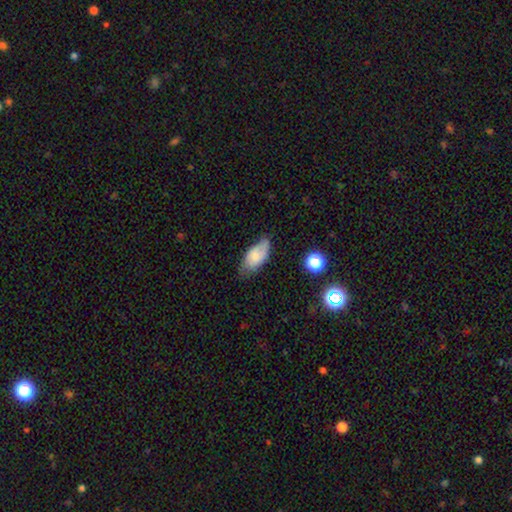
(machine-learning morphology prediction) Overall: smooth (72%). How rounded: in between (92%). Merging: none (57%; minor disturbance 33%).